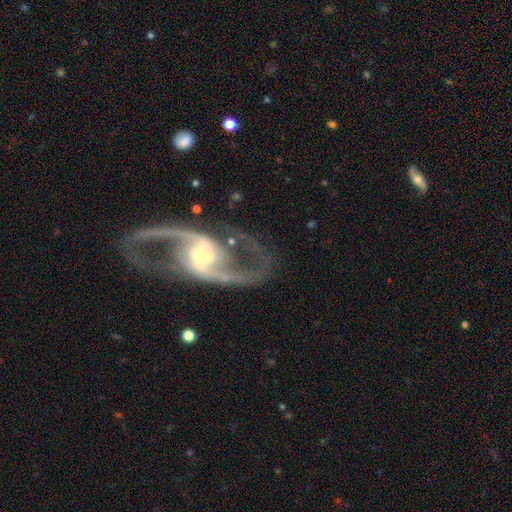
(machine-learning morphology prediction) A featured or disk galaxy (93%) with a weak bar (37%), 2 (94%) medium (56%) spiral arms (98%) and a moderate central bulge (51%). Merging: none (81%).